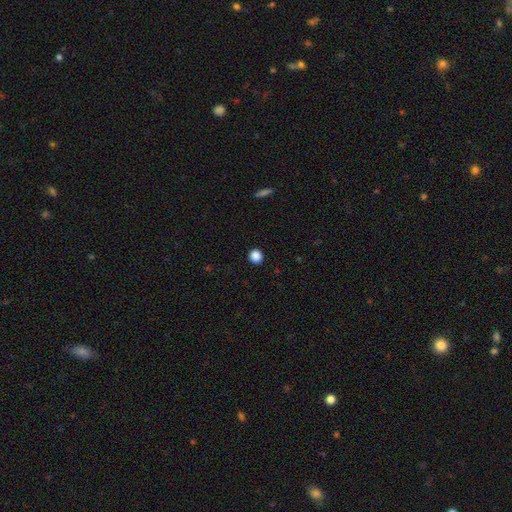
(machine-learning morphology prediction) Q: Smooth or featured?
A: smooth (87%); runner-up: star or artifact (10%)
Q: How rounded?
A: round (88%); runner-up: in between (11%)
Q: Merging?
A: none (93%); runner-up: minor disturbance (5%)